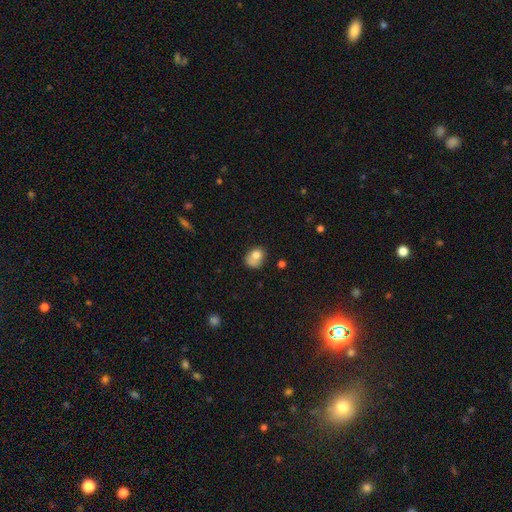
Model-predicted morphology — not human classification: Smooth or featured? smooth (76%)
How rounded? in between (59%)
Merging? none (41%)